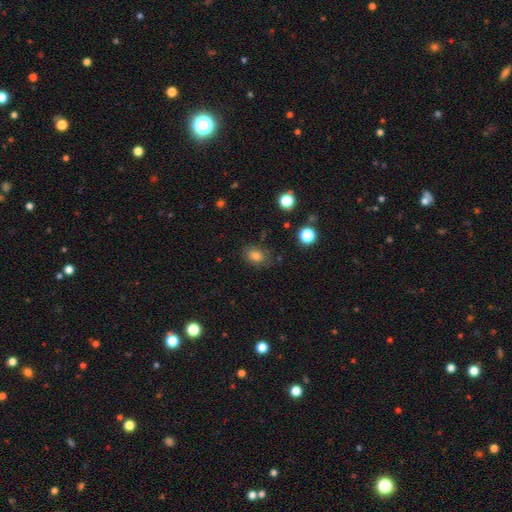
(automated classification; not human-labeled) smooth-or-featured: smooth: 79% | star or artifact: 13% | featured or disk: 8%
  how-rounded: in between: 69% | round: 29% | cigar-shaped: 1%
  merging: none: 77% | minor disturbance: 16% | major disturbance: 5% | merger: 2%